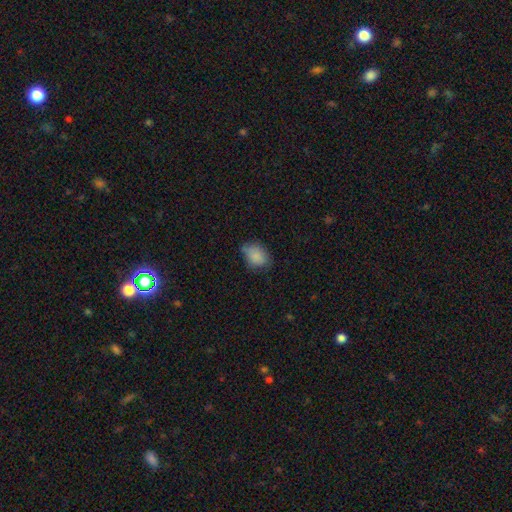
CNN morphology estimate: Smooth or featured?
  - smooth: 85% *
  - star or artifact: 9%
  - featured or disk: 6%
How rounded?
  - in between: 74% *
  - round: 25%
  - cigar-shaped: 1%
Merging?
  - none: 58% *
  - minor disturbance: 33%
  - major disturbance: 7%
  - merger: 2%